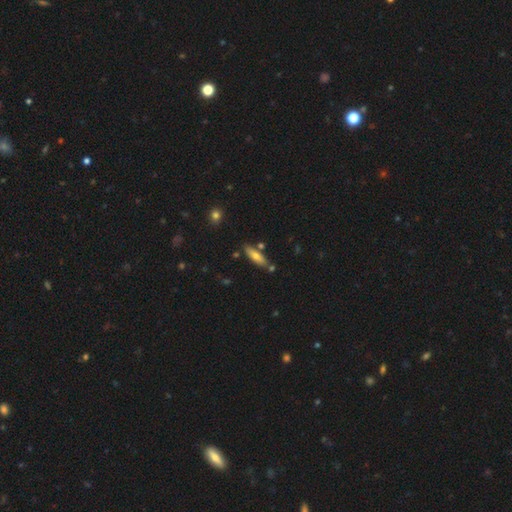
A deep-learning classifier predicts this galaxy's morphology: Smooth or featured? smooth (65%)
How rounded? cigar-shaped (61%)
Merging? none (77%)